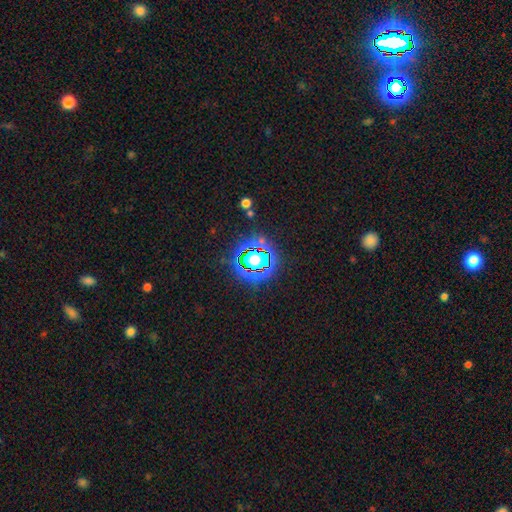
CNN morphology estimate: This appears to be a star or artifact, not a galaxy (79%).